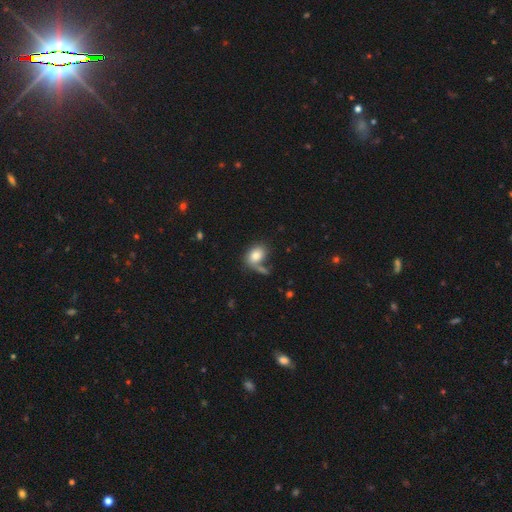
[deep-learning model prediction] smooth-or-featured: smooth: 78% | featured or disk: 14% | star or artifact: 8%
  how-rounded: in between: 72% | round: 26% | cigar-shaped: 2%
  merging: none: 46% | merger: 21% | minor disturbance: 17% | major disturbance: 16%